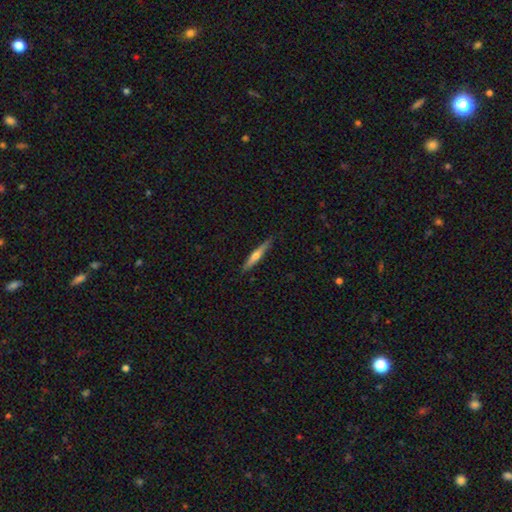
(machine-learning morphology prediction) The model was most divided on "smooth or featured" (2-way tie): featured or disk: 47%, smooth: 47%, star or artifact: 6%. More confident: merging — none (84%).